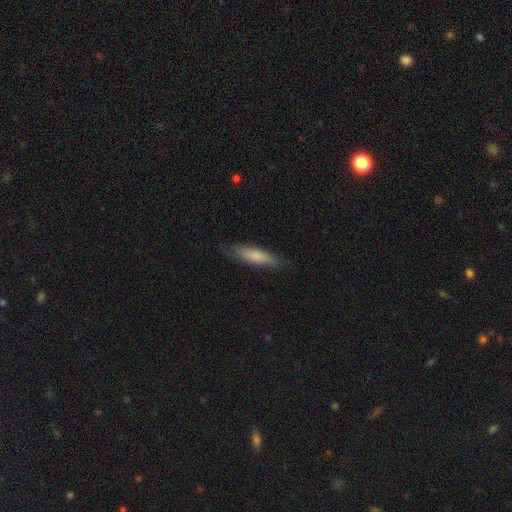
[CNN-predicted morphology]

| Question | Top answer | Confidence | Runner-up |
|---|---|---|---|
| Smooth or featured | smooth | 76% | featured or disk (18%) |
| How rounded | cigar-shaped | 74% | in between (25%) |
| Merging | none | 81% | minor disturbance (15%) |